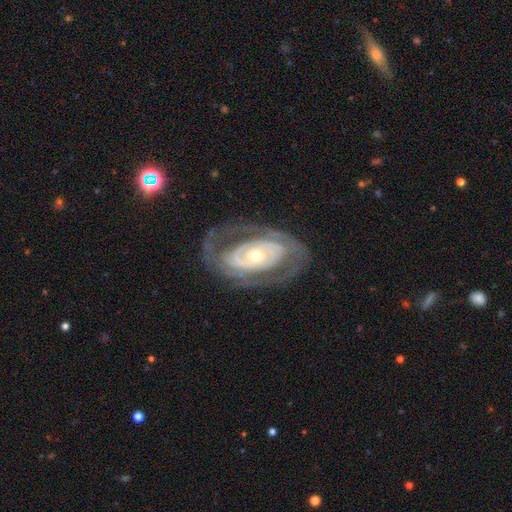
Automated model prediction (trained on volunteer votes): Smooth or featured: featured or disk — 82% (smooth — 13%)
Edge-on disk: no — 94% (yes — 6%)
Bar: no — 70% (weak — 20%)
Spiral arms: yes — 71% (no — 29%)
Spiral winding: tight — 60% (medium — 28%)
Spiral arm count: 2 — 52% (can't tell — 30%)
Bulge size: moderate — 47% (small — 46%)
Merging: none — 71% (minor disturbance — 15%)